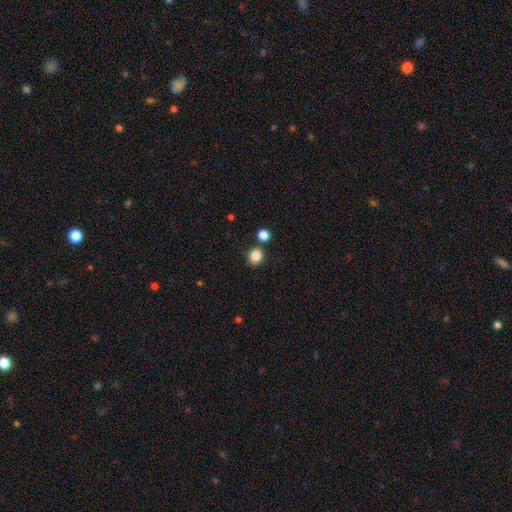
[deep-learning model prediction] smooth_or_featured: smooth (p=0.86) [alt: star or artifact p=0.10]
how_rounded: round (p=0.74) [alt: in between p=0.25]
merging: none (p=0.80) [alt: merger p=0.09]